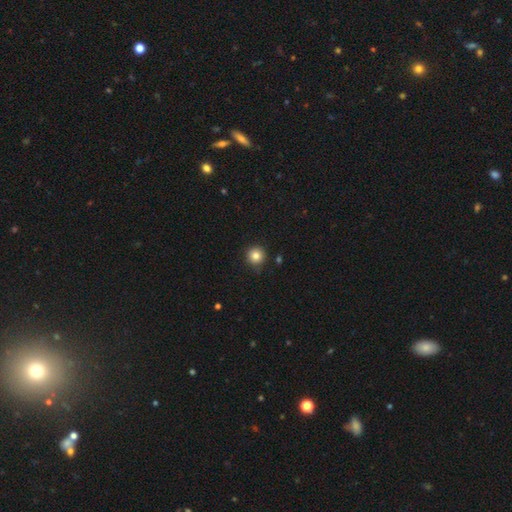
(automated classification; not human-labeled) Q: Smooth or featured?
A: smooth (83%); runner-up: star or artifact (11%)
Q: How rounded?
A: round (95%); runner-up: in between (4%)
Q: Merging?
A: none (87%); runner-up: minor disturbance (10%)